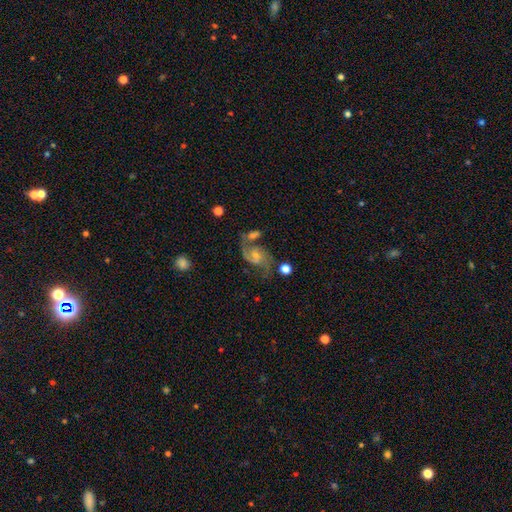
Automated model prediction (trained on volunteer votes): This appears to be a featured or disk galaxy (85%) with no bar (58%), 2 (90%) medium (52%) spiral arms (96%) and a small central bulge (51%). Merging: none (57%).